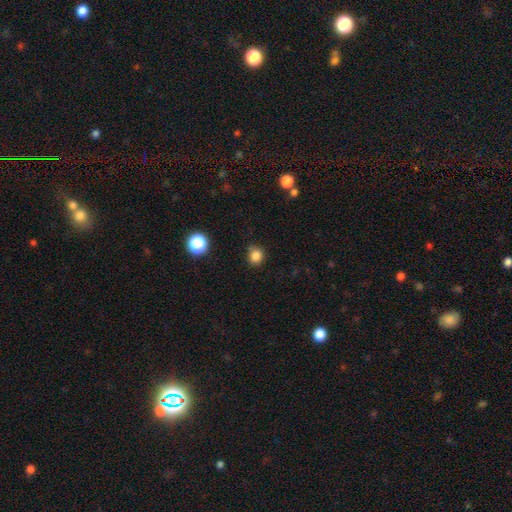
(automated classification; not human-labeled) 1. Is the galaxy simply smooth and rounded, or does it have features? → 83% smooth, 13% star or artifact, 4% featured or disk.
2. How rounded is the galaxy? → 81% round, 18% in between, 1% cigar-shaped.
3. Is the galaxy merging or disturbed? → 78% none, 16% minor disturbance, 3% major disturbance, 2% merger.